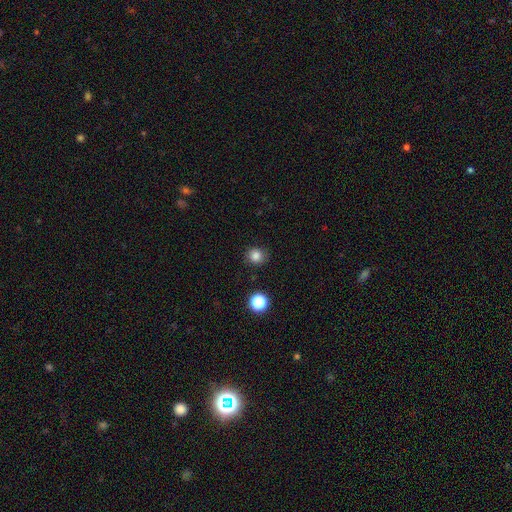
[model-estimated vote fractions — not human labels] Overall: smooth (83%). How rounded: round (86%). Merging: none (83%).